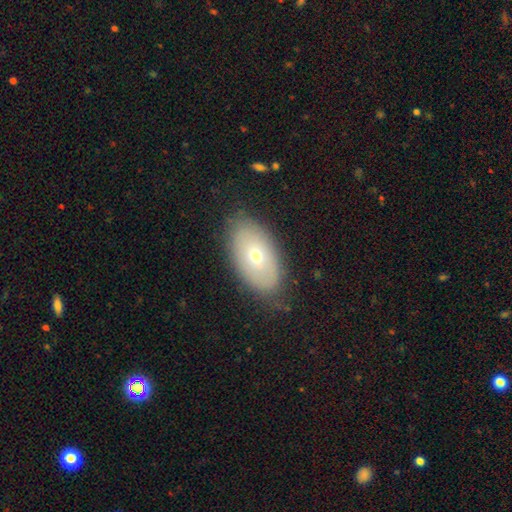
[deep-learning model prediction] This appears to be a smooth galaxy with no disk features (59%) that is in between round and cigar-shaped (92%). Merging: none (80%).